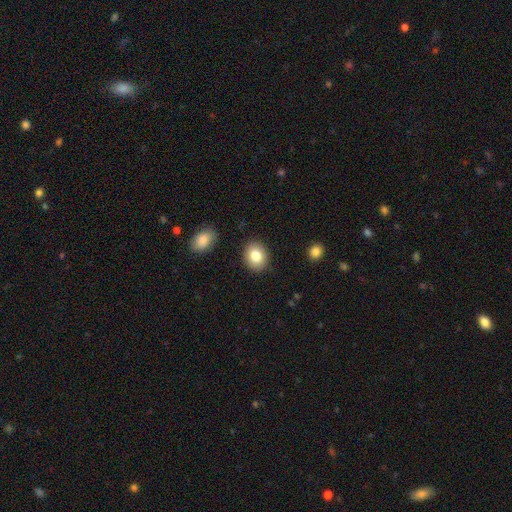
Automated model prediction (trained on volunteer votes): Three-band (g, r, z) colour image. It shows a smooth galaxy with no disk features (82%) that is round (52%). Merging: none (88%).